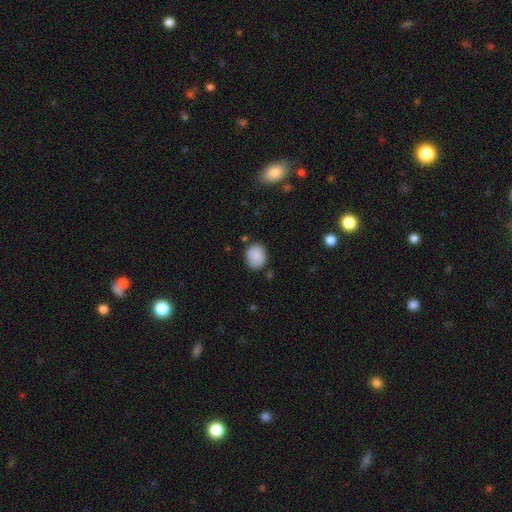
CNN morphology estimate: Smooth or featured? Predicted: smooth (p=0.87). How rounded? Predicted: round (p=0.65). Merging? Predicted: none (p=0.80).